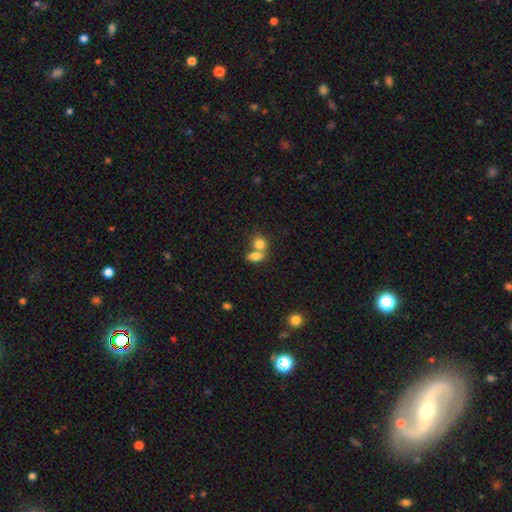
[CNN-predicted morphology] A smooth galaxy with no disk features (78%) that is in between round and cigar-shaped (69%). Merging: merger (58%).